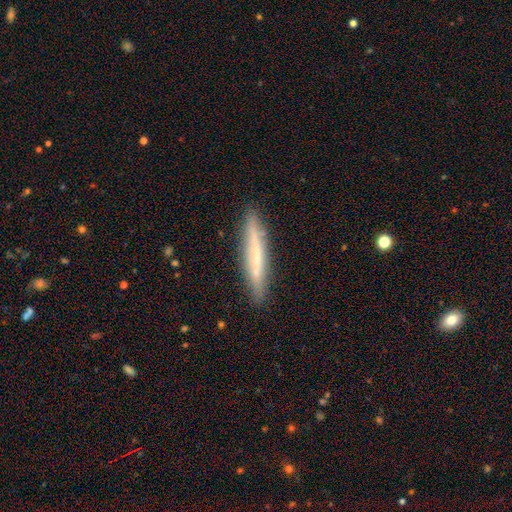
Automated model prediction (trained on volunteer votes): Overall: smooth (49%; featured or disk 44%). Merging: none (87%).